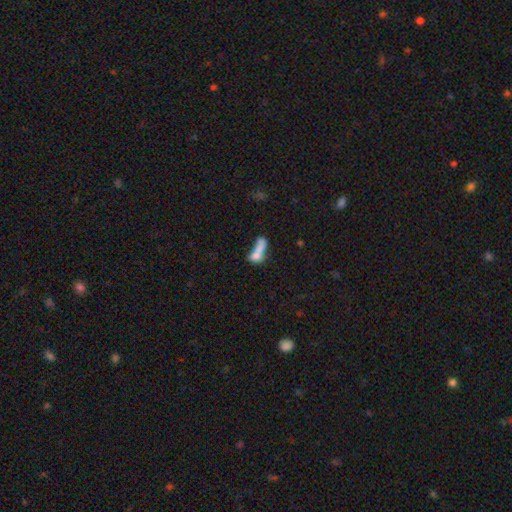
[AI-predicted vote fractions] Smooth or featured? smooth (59%)
How rounded? in between (51%)
Merging? merger (54%)